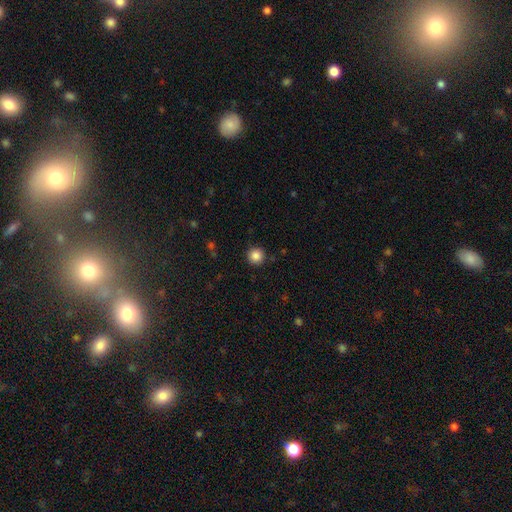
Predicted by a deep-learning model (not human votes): A smooth galaxy with no disk features (86%) that is round (95%).

Vote fractions:
- Smooth or featured? smooth: 86% / star or artifact: 10% / featured or disk: 4%
- How rounded? round: 95% / in between: 4% / cigar-shaped: 1%
- Merging? none: 91% / minor disturbance: 6% / major disturbance: 2% / merger: 1%